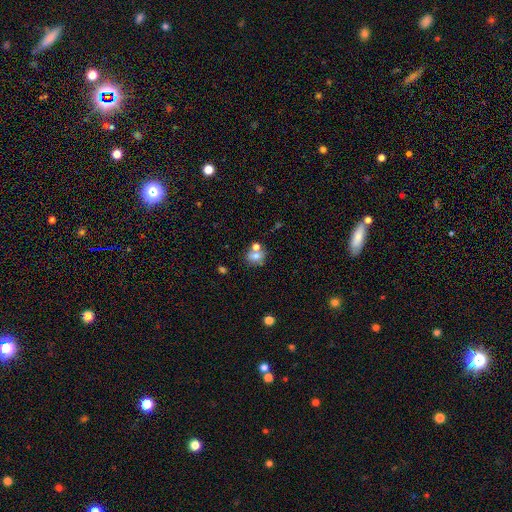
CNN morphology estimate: This is likely a smooth galaxy (66%). How rounded: likely round (69%). Merging: possibly none (56%).